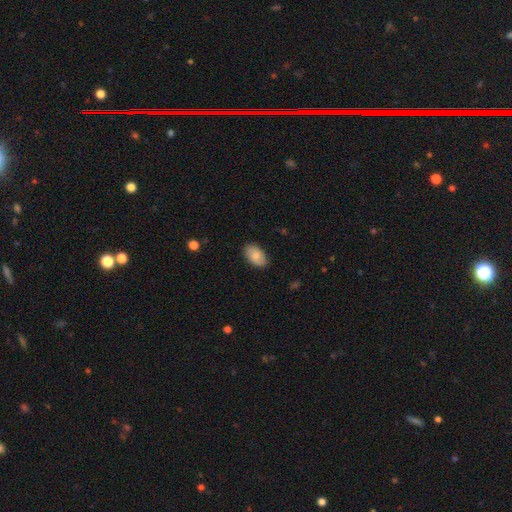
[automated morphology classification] Smooth or featured? Predicted: smooth (p=0.79). How rounded? Predicted: in between (p=0.93). Merging? Predicted: none (p=0.84).